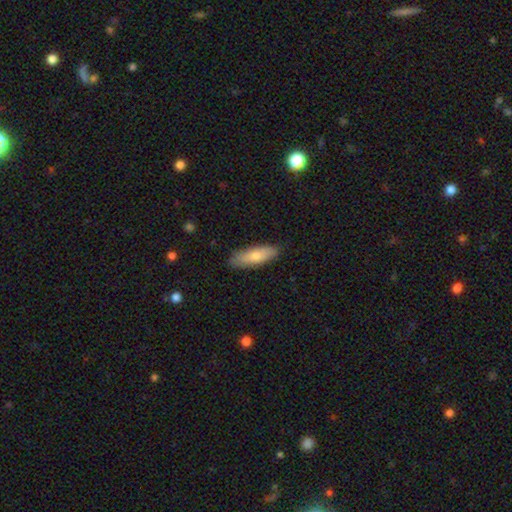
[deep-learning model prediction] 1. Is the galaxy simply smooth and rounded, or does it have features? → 73% smooth, 21% featured or disk, 6% star or artifact.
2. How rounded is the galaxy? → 50% in between, 48% cigar-shaped, 2% round.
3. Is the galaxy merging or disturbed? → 86% none, 11% minor disturbance, 2% major disturbance, 1% merger.